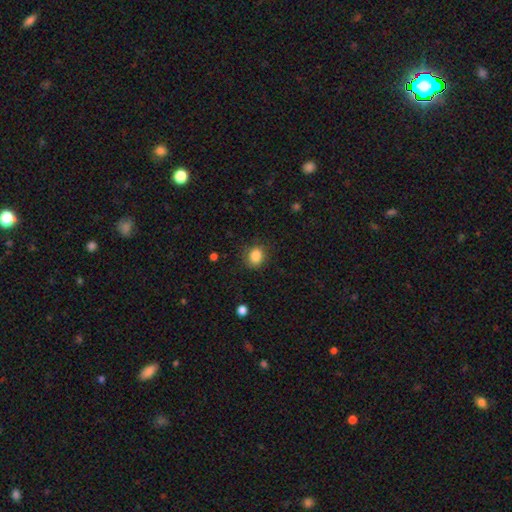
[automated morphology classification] A smooth galaxy with no disk features (86%) that is round (60%). Merging: none (82%).